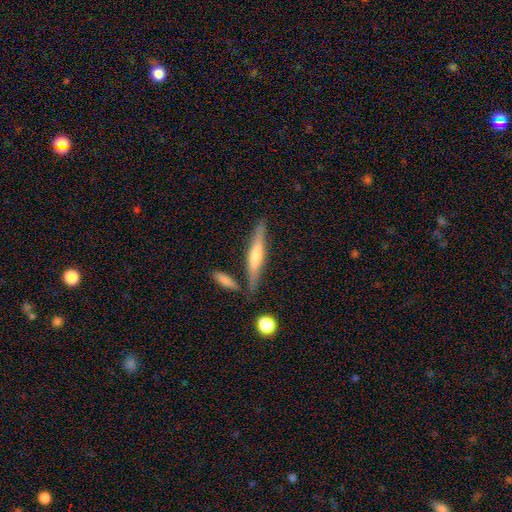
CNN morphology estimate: This is possibly a featured or disk galaxy (51%). It is clearly viewed edge-on (94%). Merging: likely none (78%).